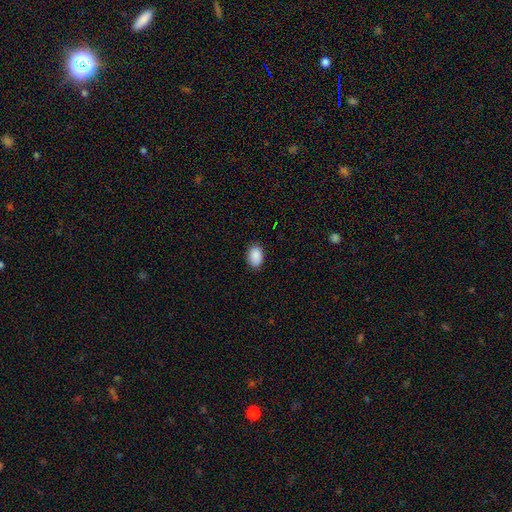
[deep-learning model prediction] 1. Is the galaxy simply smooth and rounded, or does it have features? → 91% smooth, 7% star or artifact, 3% featured or disk.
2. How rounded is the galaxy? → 89% in between, 10% round, 1% cigar-shaped.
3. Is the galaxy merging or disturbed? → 88% none, 9% minor disturbance, 2% major disturbance, 1% merger.